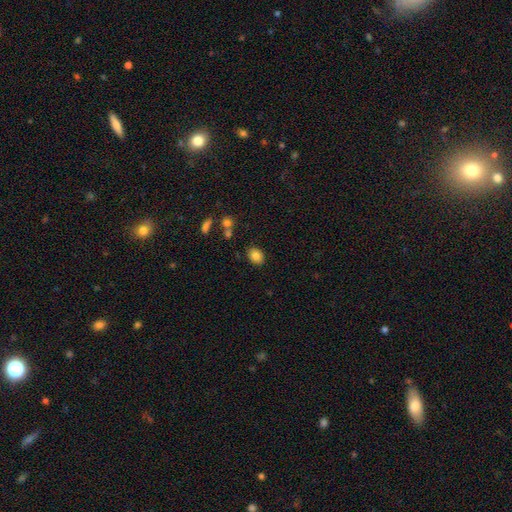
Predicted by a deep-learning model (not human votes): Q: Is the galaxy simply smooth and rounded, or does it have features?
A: smooth — 84%.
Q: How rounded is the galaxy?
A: in between — 68%.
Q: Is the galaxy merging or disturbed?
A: none — 84%.